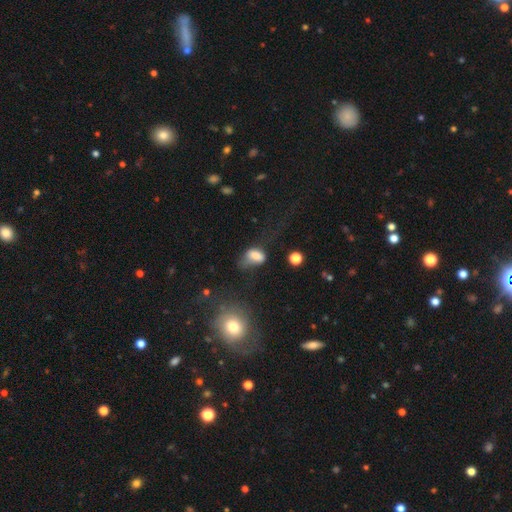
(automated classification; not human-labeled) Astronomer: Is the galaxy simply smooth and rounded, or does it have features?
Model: smooth — 72%.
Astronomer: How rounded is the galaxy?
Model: in between — 85%.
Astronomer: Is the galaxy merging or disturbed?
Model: major disturbance — 41% (runner-up: minor disturbance, 28%).